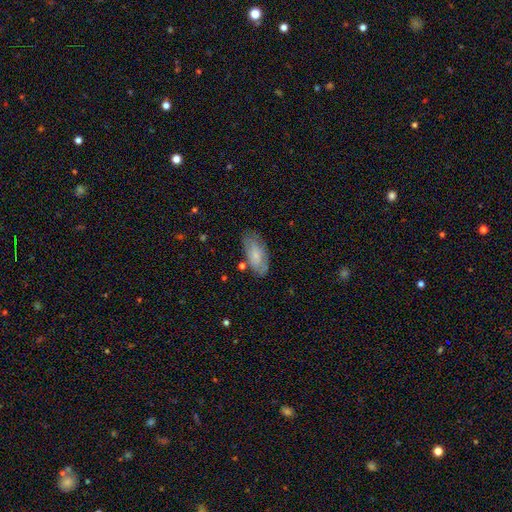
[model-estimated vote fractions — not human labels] A smooth galaxy with no disk features (66%) that is in between round and cigar-shaped (88%). Merging: none (70%).